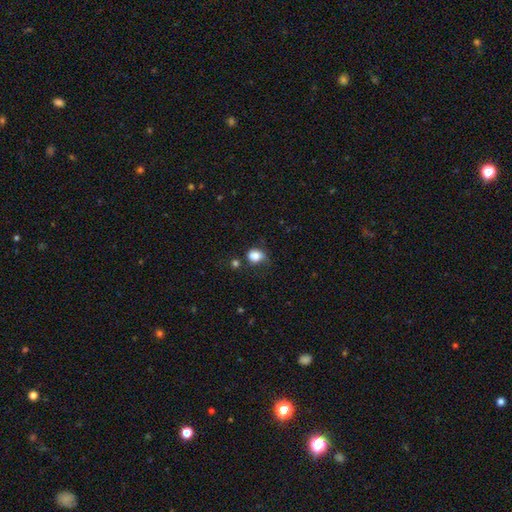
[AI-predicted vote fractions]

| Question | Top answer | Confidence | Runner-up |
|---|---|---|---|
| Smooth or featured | smooth | 81% | star or artifact (10%) |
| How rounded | round | 51% | in between (48%) |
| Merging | none | 44% | minor disturbance (33%) |